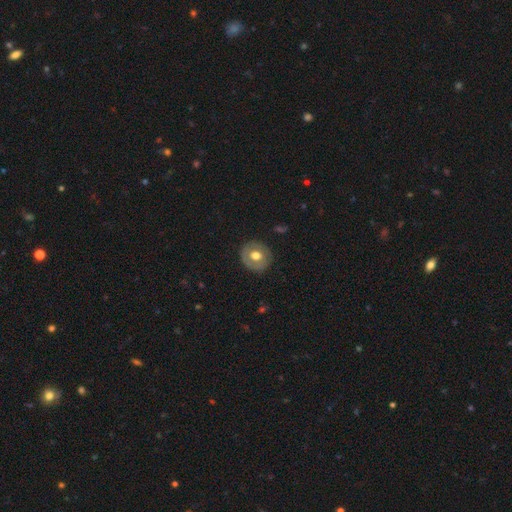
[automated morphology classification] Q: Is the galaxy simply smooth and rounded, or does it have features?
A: smooth — 55%.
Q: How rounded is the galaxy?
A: round — 83%.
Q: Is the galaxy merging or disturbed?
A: none — 84%.